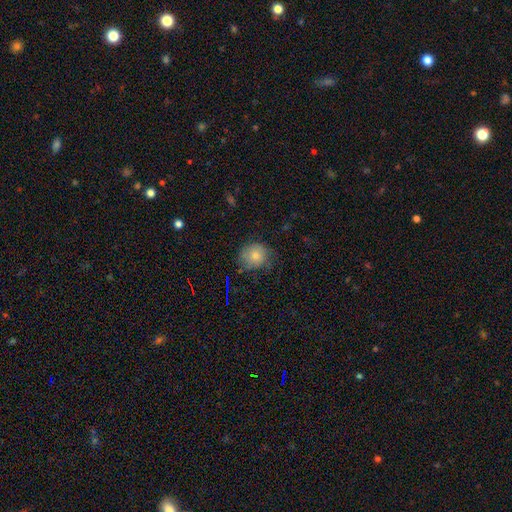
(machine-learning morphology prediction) Overall: smooth (76%). How rounded: round (81%). Merging: none (67%).